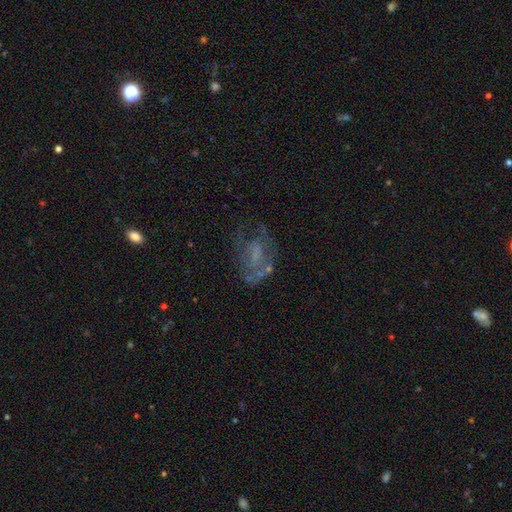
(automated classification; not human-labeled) Smooth or featured? featured or disk (58%)
Edge-on disk? no (96%)
Bar? no (69%)
Spiral arms? no (59%)
Bulge size? none (54%)
Merging? none (44%)